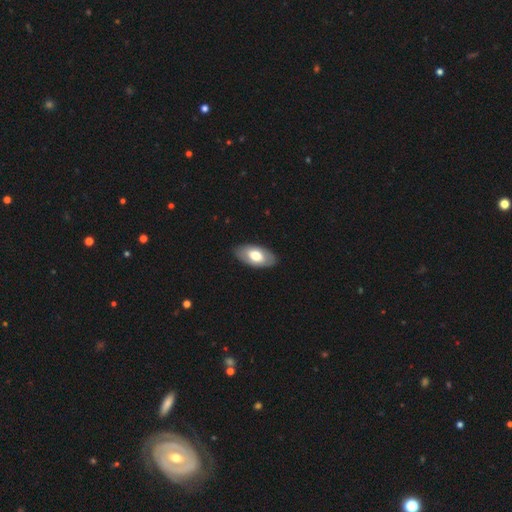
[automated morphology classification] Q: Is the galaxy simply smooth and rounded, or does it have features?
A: smooth — 65%.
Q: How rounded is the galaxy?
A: in between — 94%.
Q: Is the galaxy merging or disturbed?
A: none — 87%.